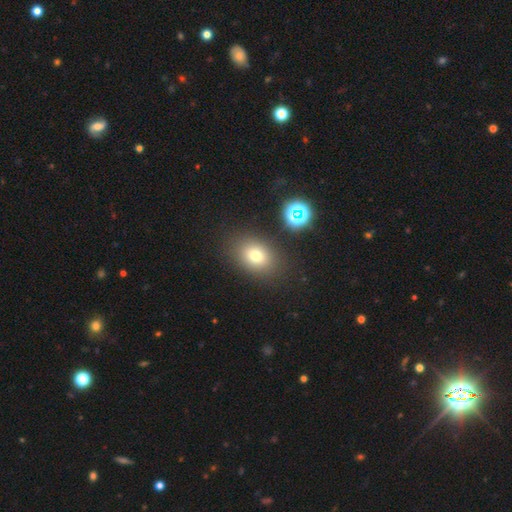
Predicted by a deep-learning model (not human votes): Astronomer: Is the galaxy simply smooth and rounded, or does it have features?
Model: smooth — 74%.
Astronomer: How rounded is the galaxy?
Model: in between — 64%.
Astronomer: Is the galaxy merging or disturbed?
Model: none — 84%.